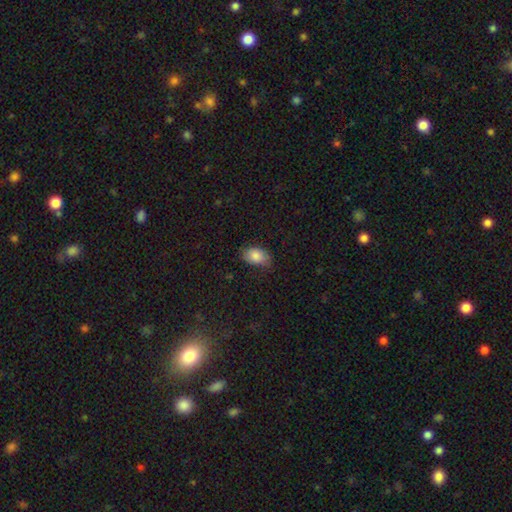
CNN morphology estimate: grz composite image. It shows a smooth galaxy with no disk features (84%) that is in between round and cigar-shaped (89%). Merging: none (73%).